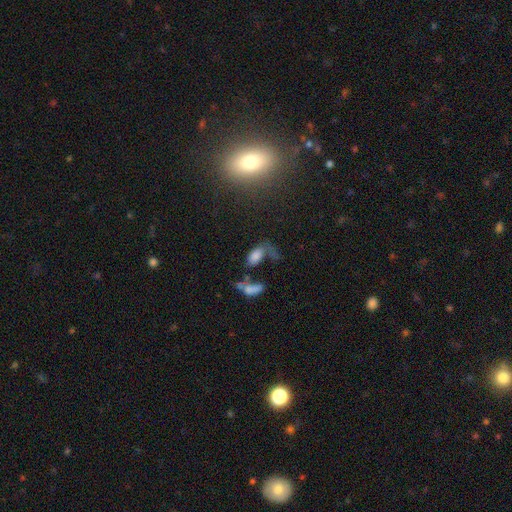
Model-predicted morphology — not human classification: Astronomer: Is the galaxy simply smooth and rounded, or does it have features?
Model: smooth — 71%.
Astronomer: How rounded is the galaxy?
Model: in between — 91%.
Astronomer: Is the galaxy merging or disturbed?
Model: none — 30% (runner-up: merger, 29%).